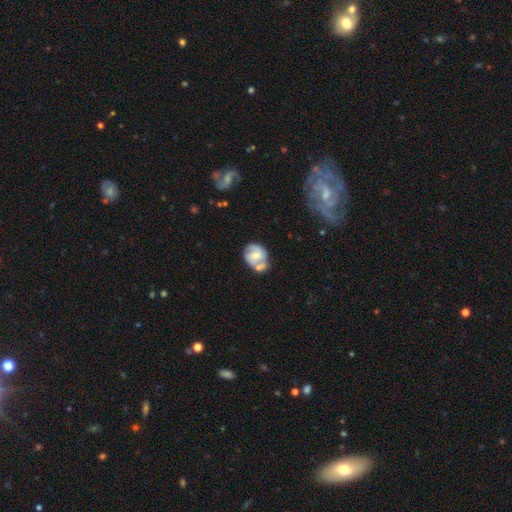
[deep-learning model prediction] Smooth or featured? Predicted: featured or disk (p=0.67). Edge-on disk? Predicted: no (p=0.97). Bar? Predicted: no (p=0.46). Spiral arms? Predicted: yes (p=0.83). Spiral winding? Predicted: medium (p=0.47). Spiral arm count? Predicted: 2 (p=0.76). Bulge size? Predicted: moderate (p=0.55). Merging? Predicted: none (p=0.43).